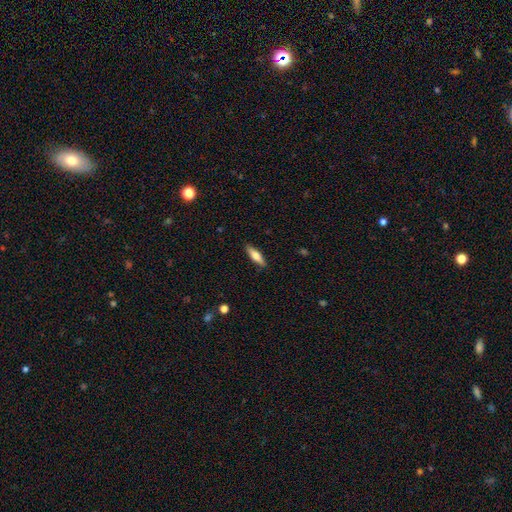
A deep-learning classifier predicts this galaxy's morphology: smooth_or_featured: smooth (p=0.65) [alt: featured or disk p=0.29]
how_rounded: cigar-shaped (p=0.59) [alt: in between p=0.39]
merging: none (p=0.88) [alt: minor disturbance p=0.09]